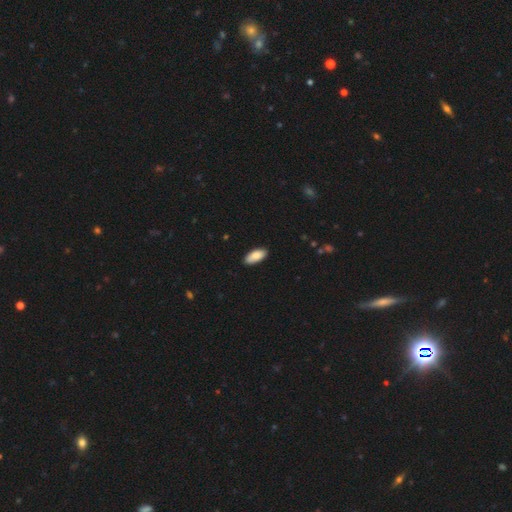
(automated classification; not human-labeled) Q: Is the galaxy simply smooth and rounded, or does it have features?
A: smooth — 88%.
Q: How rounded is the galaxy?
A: in between — 89%.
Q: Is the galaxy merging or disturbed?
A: none — 88%.